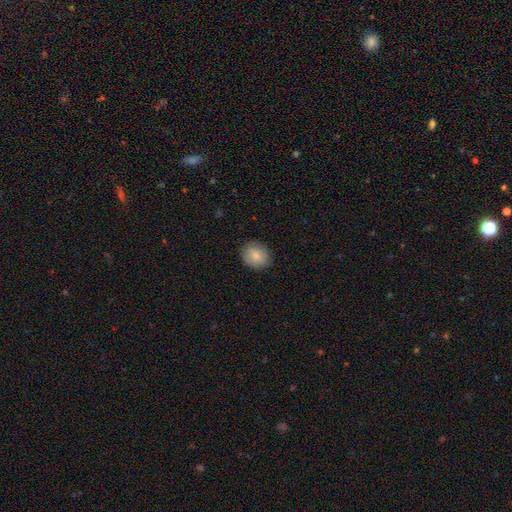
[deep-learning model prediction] Morphology: type=smooth (81%); roundness=round (59%); merging=none (86%).